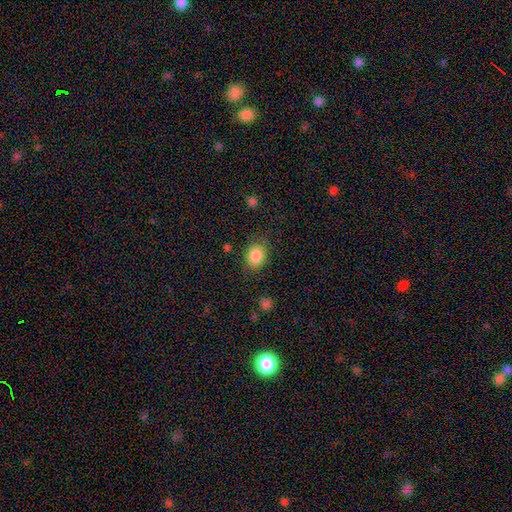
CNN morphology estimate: Smooth or featured? smooth (86%)
How rounded? in between (59%)
Merging? none (78%)